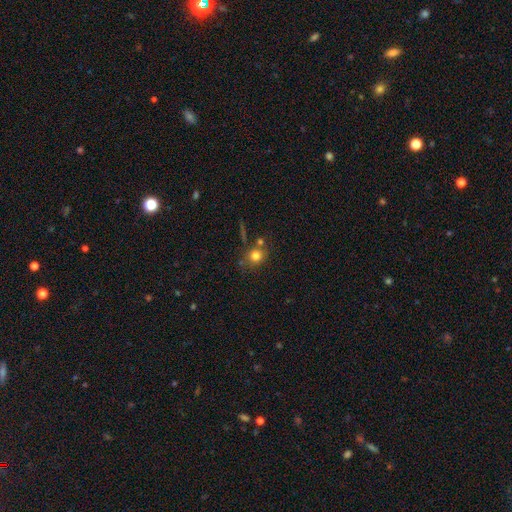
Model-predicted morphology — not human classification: Smooth or featured: smooth — 78% (star or artifact — 12%)
How rounded: round — 83% (in between — 16%)
Merging: none — 66% (merger — 17%)